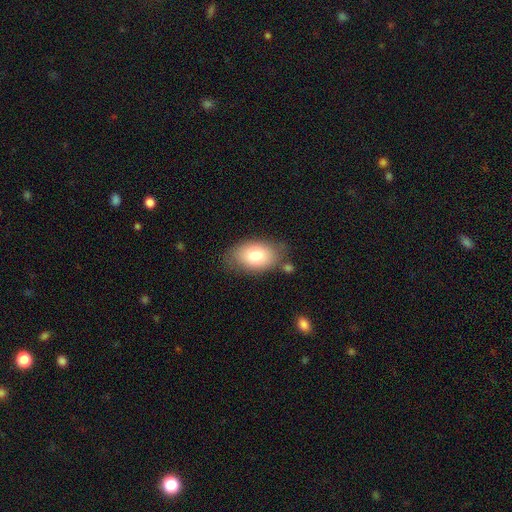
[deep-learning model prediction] Smooth or featured: smooth — 78% (featured or disk — 14%)
How rounded: in between — 88% (round — 10%)
Merging: none — 73% (minor disturbance — 17%)